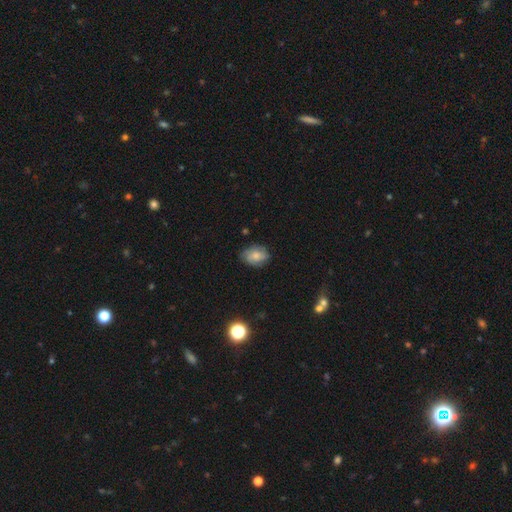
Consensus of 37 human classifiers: Q: Smooth or featured?
A: smooth (51%); runner-up: featured or disk (46%)
Q: How rounded?
A: in between (84%); runner-up: round (11%)
Q: Merging?
A: none (64%); runner-up: minor disturbance (19%)